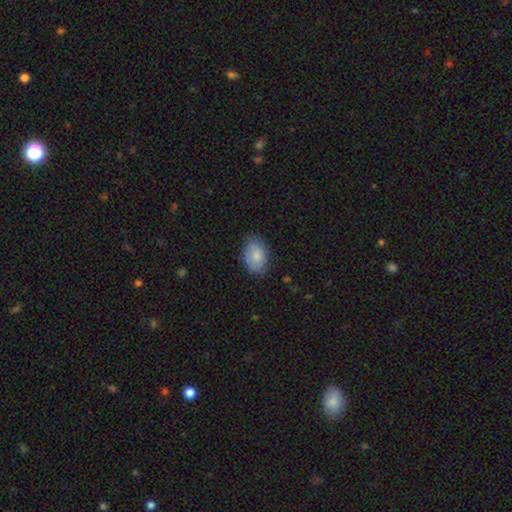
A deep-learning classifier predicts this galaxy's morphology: A smooth galaxy with no disk features (80%) that is in between round and cigar-shaped (85%). Merging: none (75%).